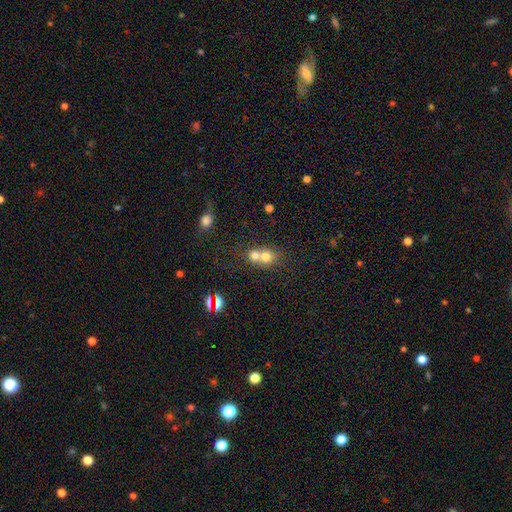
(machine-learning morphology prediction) smooth 69%, featured or disk 17%, star or artifact 14%. Down the decision tree: how rounded — round (74%); merging — merger (64%).